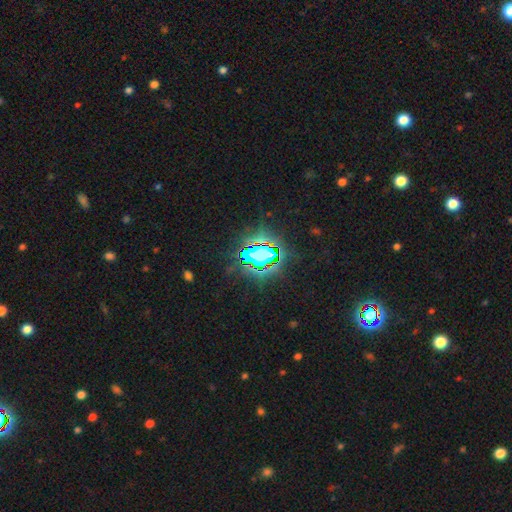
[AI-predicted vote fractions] A star or artifact, not a galaxy (73%).

Vote fractions:
- Smooth or featured? star or artifact: 73% / smooth: 15% / featured or disk: 11%